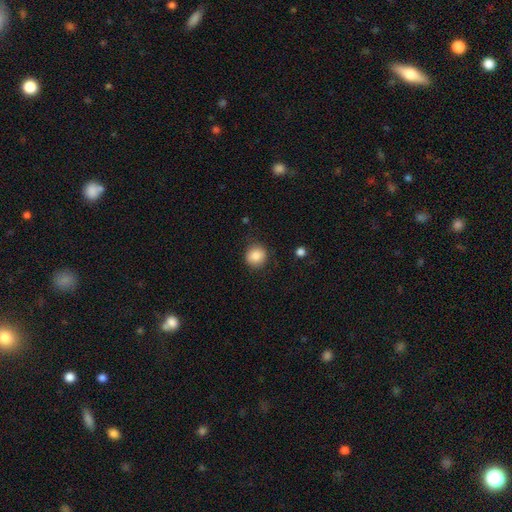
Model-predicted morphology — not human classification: Overall: smooth (86%). How rounded: round (90%). Merging: none (84%).